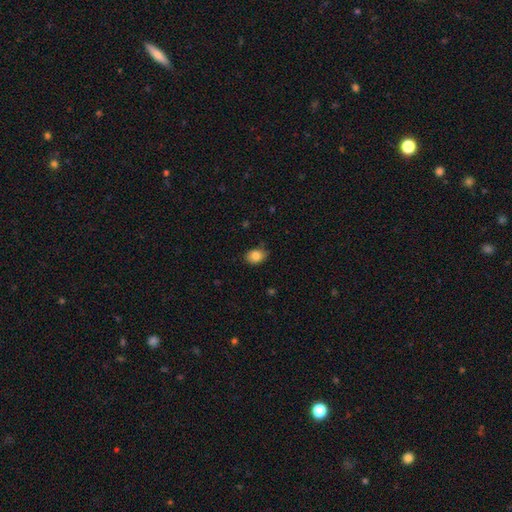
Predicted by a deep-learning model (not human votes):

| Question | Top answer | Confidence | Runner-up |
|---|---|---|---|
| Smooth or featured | smooth | 85% | star or artifact (8%) |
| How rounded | in between | 68% | round (31%) |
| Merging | none | 80% | minor disturbance (16%) |